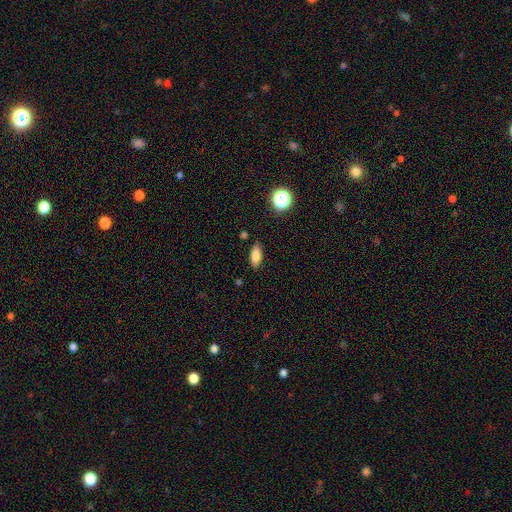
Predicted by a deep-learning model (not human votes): Overall: smooth (78%). How rounded: in between (77%). Merging: none (85%).